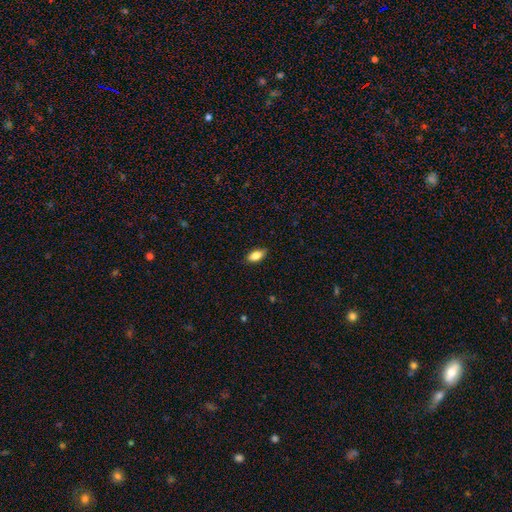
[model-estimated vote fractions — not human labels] A smooth galaxy with no disk features (83%) that is in between round and cigar-shaped (87%). Merging: none (86%).